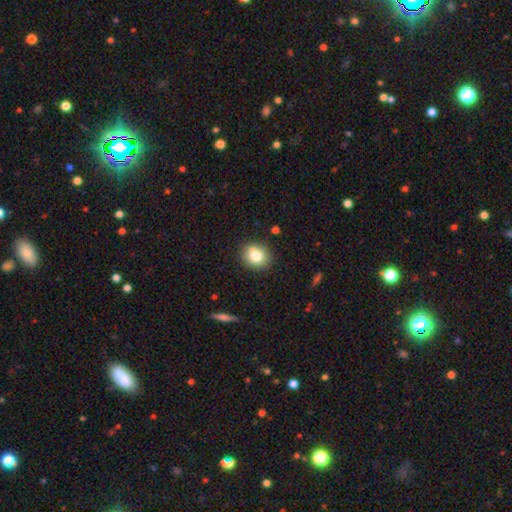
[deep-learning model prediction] Smooth or featured? smooth (79%)
How rounded? round (72%)
Merging? none (82%)